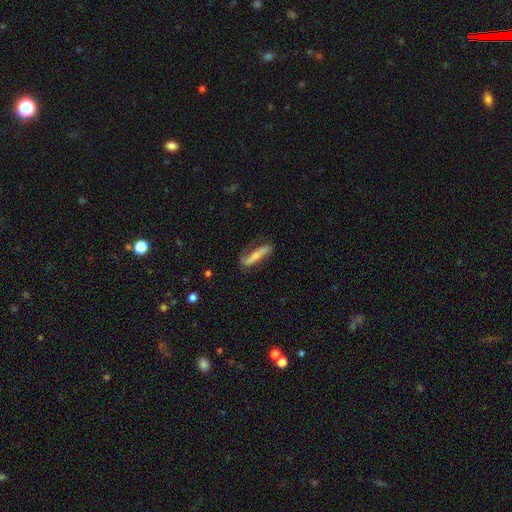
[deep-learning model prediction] Overall: featured or disk (55%; smooth 38%). Edge-on disk: no (57%; yes 43%). Merging: none (66%).